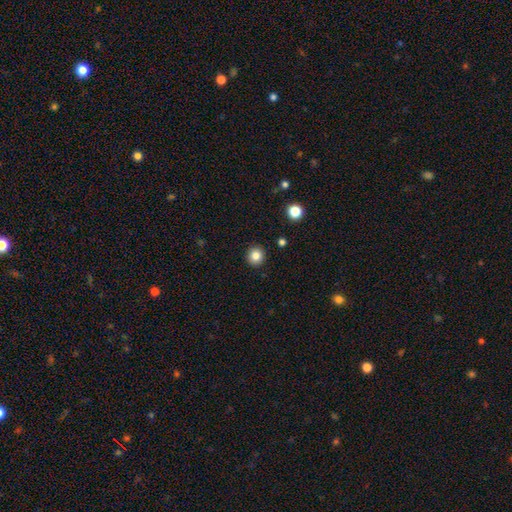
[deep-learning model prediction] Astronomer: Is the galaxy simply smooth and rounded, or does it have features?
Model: smooth — 82%.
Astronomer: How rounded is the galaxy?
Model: round — 93%.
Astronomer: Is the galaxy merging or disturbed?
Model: none — 92%.